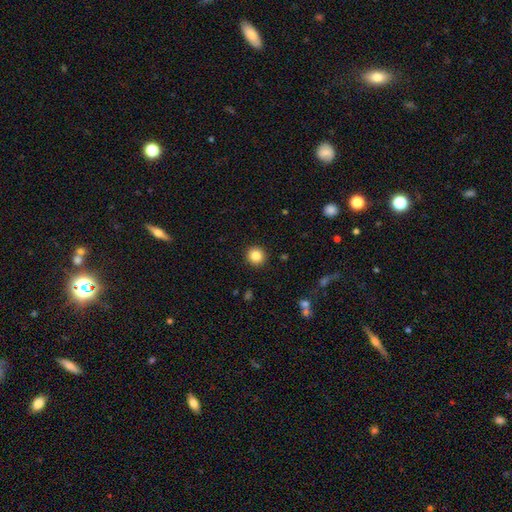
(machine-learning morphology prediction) smooth 85%, star or artifact 10%, featured or disk 5%. Down the decision tree: how rounded — round (94%); merging — none (92%).